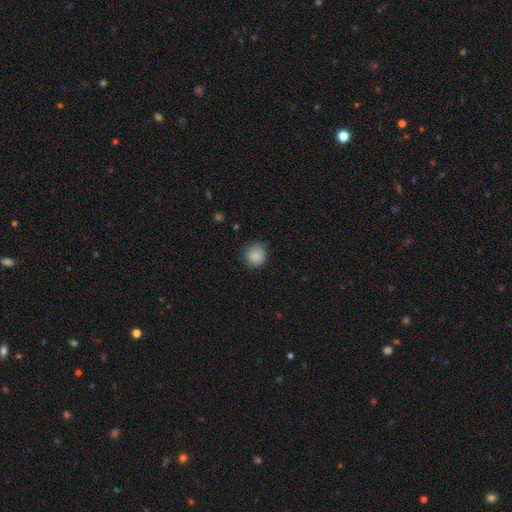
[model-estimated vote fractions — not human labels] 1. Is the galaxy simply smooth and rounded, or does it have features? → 87% smooth, 9% star or artifact, 4% featured or disk.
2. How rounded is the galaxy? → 87% round, 12% in between, 1% cigar-shaped.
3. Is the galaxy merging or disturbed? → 79% none, 16% minor disturbance, 3% major disturbance, 1% merger.